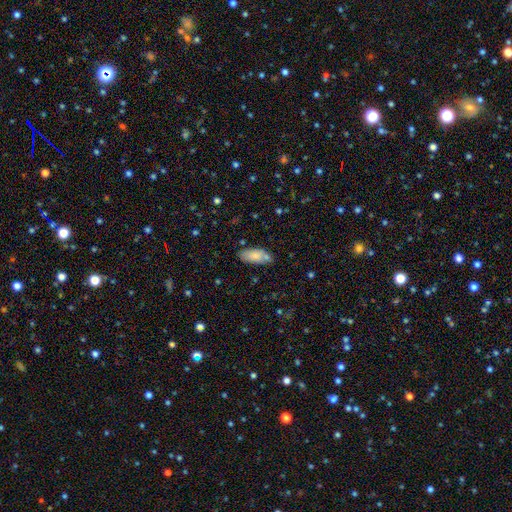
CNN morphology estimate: Smooth or featured? smooth (81%)
How rounded? in between (86%)
Merging? none (69%)